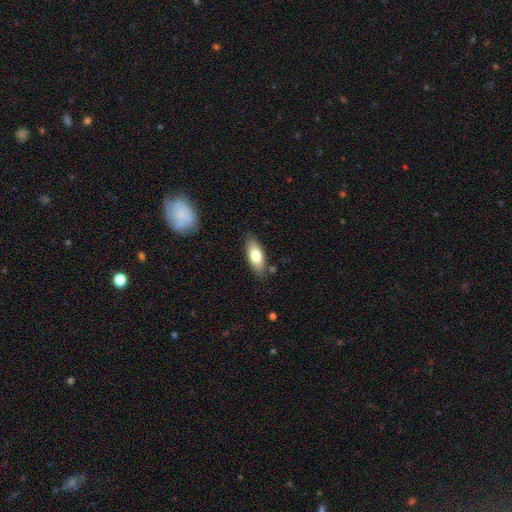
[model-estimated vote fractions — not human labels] A smooth galaxy with no disk features (76%) that is in between round and cigar-shaped (79%). Merging: none (82%).